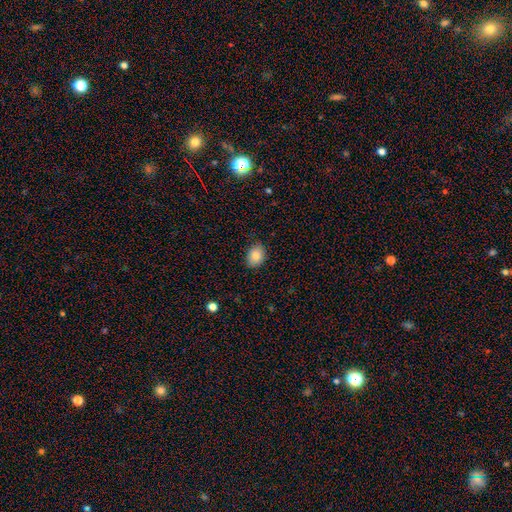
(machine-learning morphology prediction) Smooth or featured? smooth (86%)
How rounded? in between (69%)
Merging? none (82%)